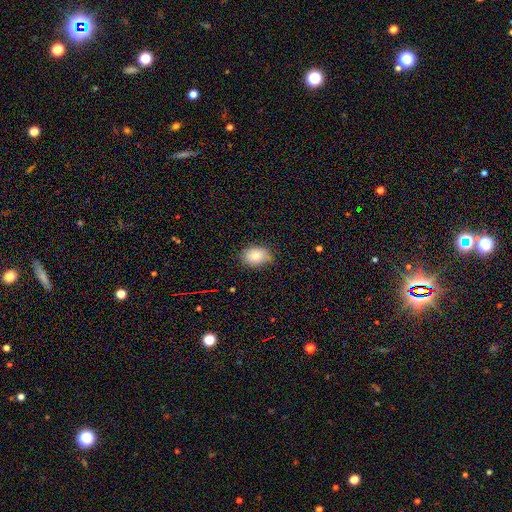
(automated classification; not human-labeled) This is clearly a smooth galaxy (81%). How rounded: likely in between (76%). Merging: likely none (76%).